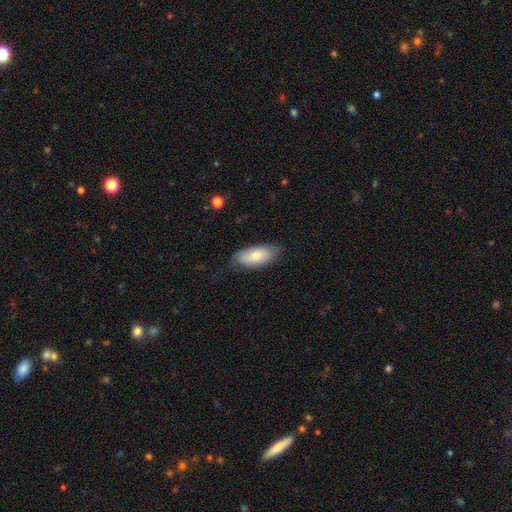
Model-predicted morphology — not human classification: The model was most divided on "merging": none: 69%, minor disturbance: 24%, major disturbance: 6%, merger: 1%. More confident: how rounded — in between (90%); smooth or featured — smooth (71%).